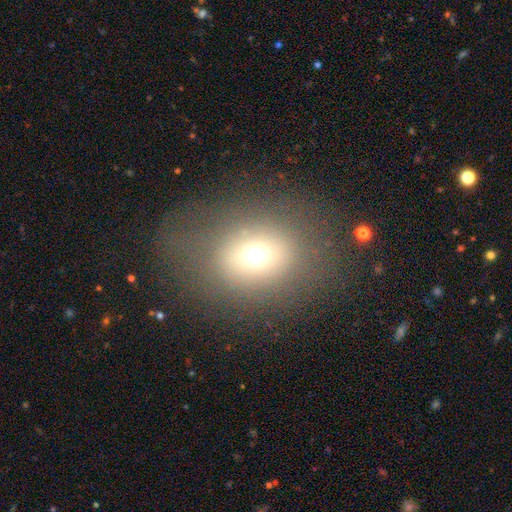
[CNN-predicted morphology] A smooth galaxy with no disk features (65%) that is round (51%). Merging: none (71%).